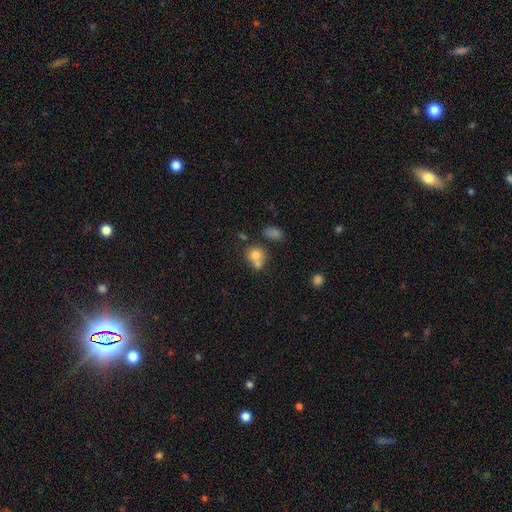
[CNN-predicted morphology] Smooth or featured?
  - smooth: 74% *
  - featured or disk: 15%
  - star or artifact: 11%
How rounded?
  - round: 69% *
  - in between: 29%
  - cigar-shaped: 1%
Merging?
  - merger: 51% *
  - none: 35%
  - minor disturbance: 10%
  - major disturbance: 4%